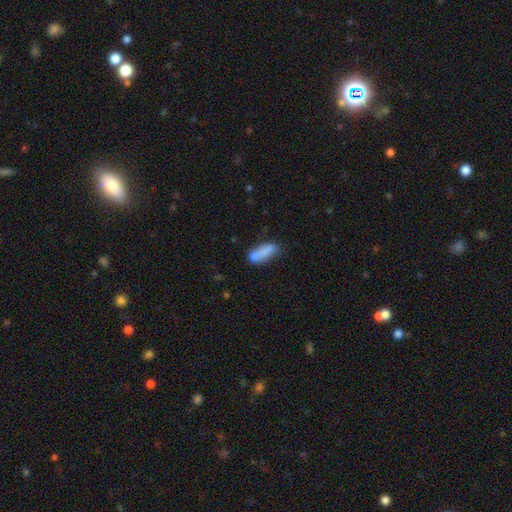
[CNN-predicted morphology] smooth-or-featured: smooth: 75% | featured or disk: 16% | star or artifact: 9%
  how-rounded: in between: 66% | cigar-shaped: 30% | round: 4%
  merging: none: 39% | merger: 31% | minor disturbance: 20% | major disturbance: 9%